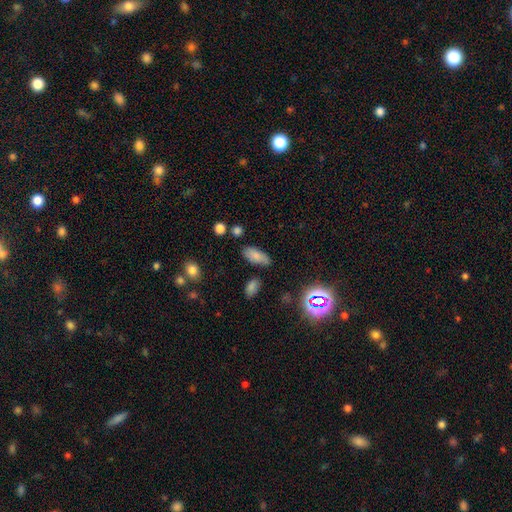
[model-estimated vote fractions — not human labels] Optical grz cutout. It shows a smooth galaxy with no disk features (80%) that is in between round and cigar-shaped (86%). Merging: none (76%).